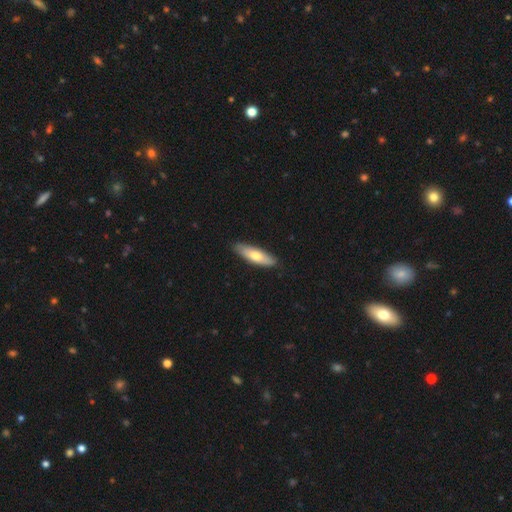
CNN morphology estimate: Smooth or featured? smooth (67%)
How rounded? cigar-shaped (53%)
Merging? none (87%)